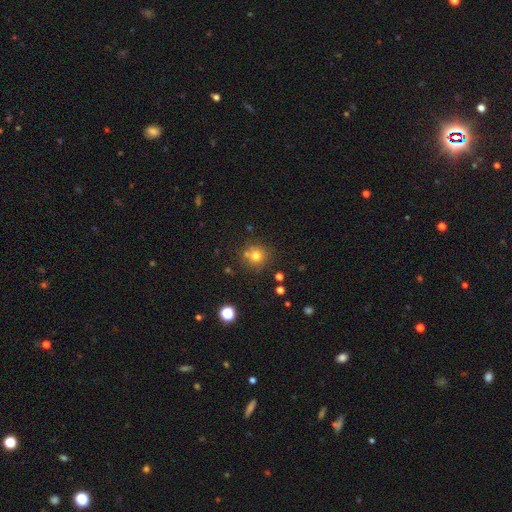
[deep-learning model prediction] Overall: smooth (73%). How rounded: round (90%). Merging: none (72%).